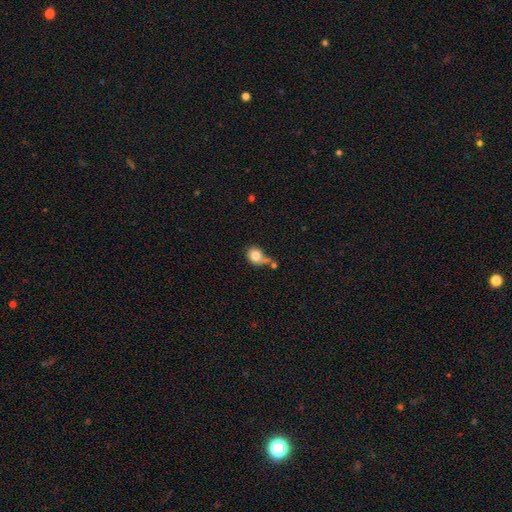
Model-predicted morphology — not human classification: This is likely a smooth galaxy (78%). How rounded: likely round (65%). Merging: marginally none (35%).